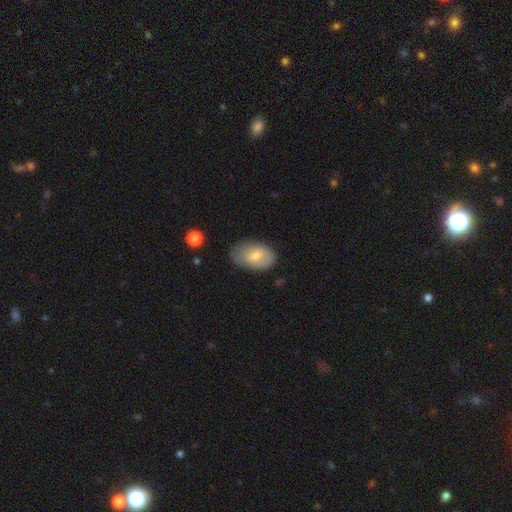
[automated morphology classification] A smooth galaxy with no disk features (67%) that is in between round and cigar-shaped (90%). Merging: none (66%).